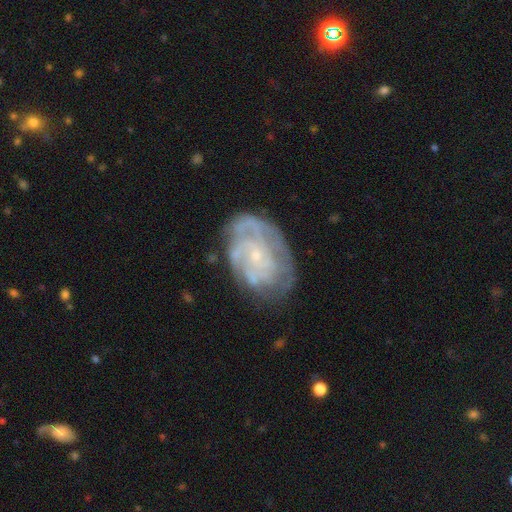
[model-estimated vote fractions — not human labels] This is clearly a featured or disk galaxy (80%). It is clearly not viewed edge-on (97%). Bar: likely no (77%). Spiral arm pattern: clearly yes (85%). Spiral arm count: possibly can't tell (47%). Spiral winding: likely tight (66%). Central bulge: likely small (80%). Merging: likely none (65%).